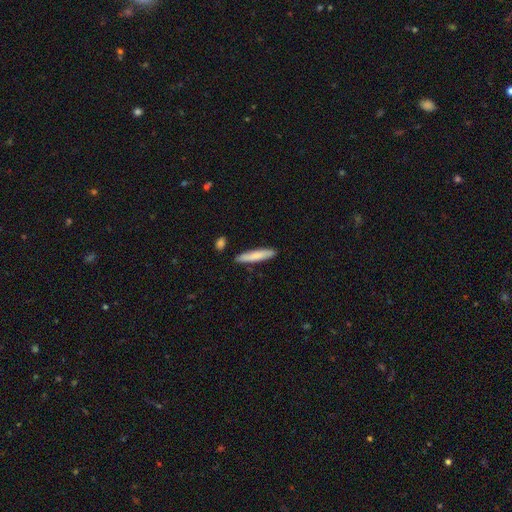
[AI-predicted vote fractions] Overall: smooth (79%). How rounded: cigar-shaped (90%). Merging: none (86%).